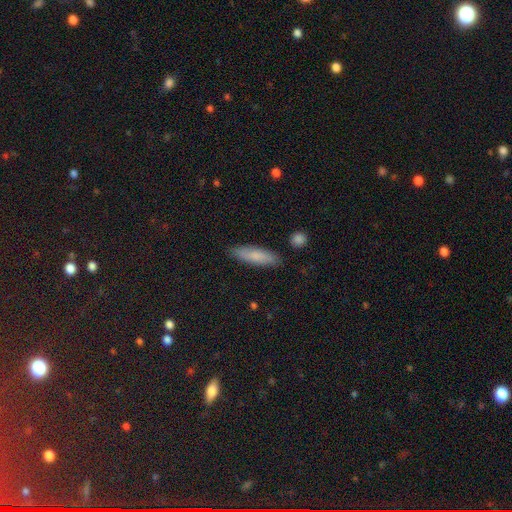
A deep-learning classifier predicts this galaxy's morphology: Smooth or featured? Predicted: smooth (p=0.77). How rounded? Predicted: cigar-shaped (p=0.67). Merging? Predicted: none (p=0.85).